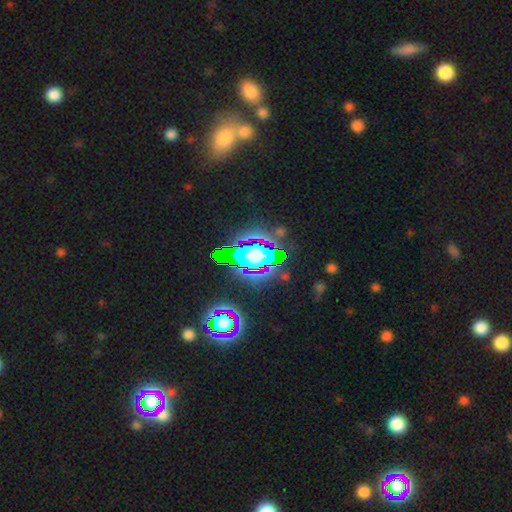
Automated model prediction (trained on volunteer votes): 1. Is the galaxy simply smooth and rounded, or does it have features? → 78% star or artifact, 13% smooth, 9% featured or disk.